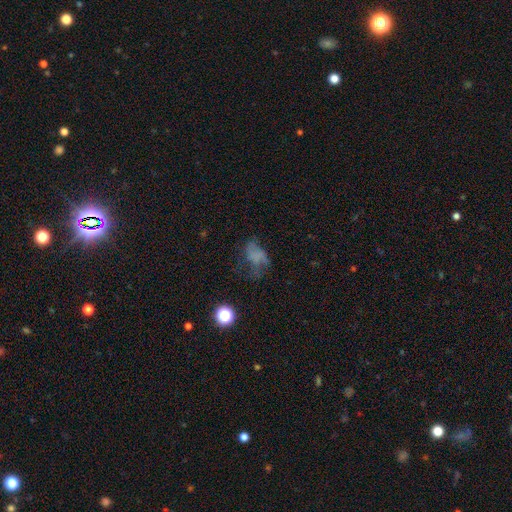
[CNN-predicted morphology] The model was most divided on "merging": major disturbance: 39%, none: 35%, minor disturbance: 21%, merger: 4%. Remaining: smooth or featured — smooth (46%).